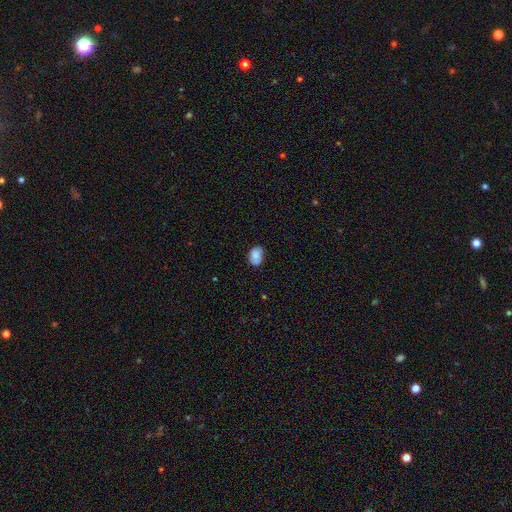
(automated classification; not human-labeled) Smooth or featured? smooth (81%)
How rounded? in between (79%)
Merging? none (76%)